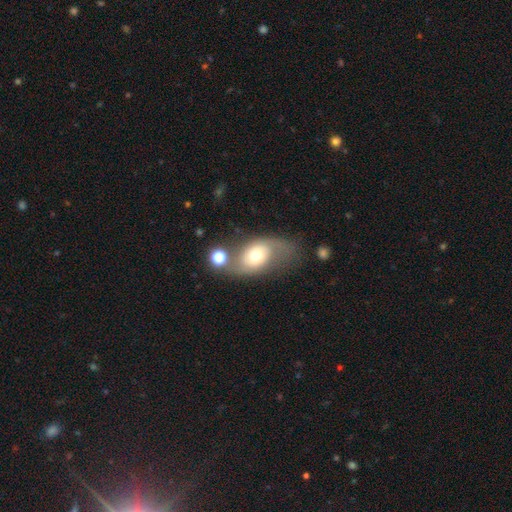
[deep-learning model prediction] The model was most divided on "smooth or featured": featured or disk: 51%, smooth: 40%, star or artifact: 9%. Remaining: edge-on disk — no (93%); merging — none (47%).